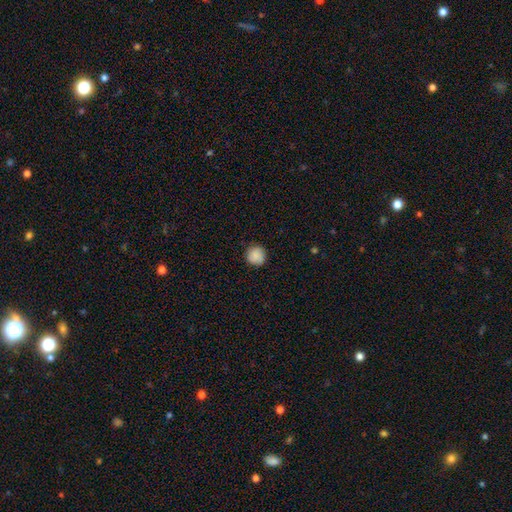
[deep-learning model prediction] Morphology: type=smooth (88%); roundness=round (93%); merging=none (87%).